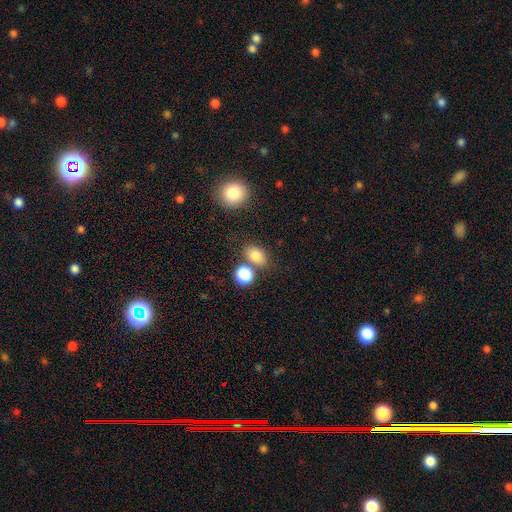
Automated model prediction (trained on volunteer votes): Morphology: type=smooth (81%); roundness=in between (71%); merging=none (72%).